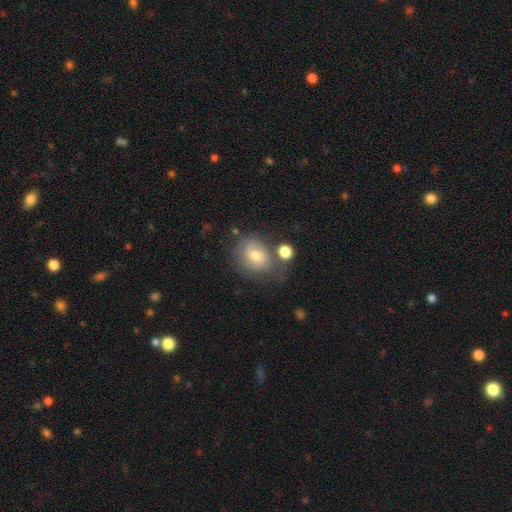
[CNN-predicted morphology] Smooth or featured? smooth (53%)
How rounded? round (69%)
Merging? none (58%)